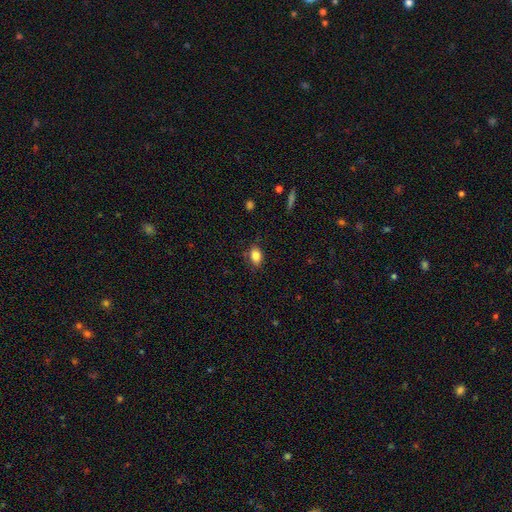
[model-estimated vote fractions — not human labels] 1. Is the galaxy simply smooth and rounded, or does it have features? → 84% smooth, 9% star or artifact, 7% featured or disk.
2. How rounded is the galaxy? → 83% in between, 15% round, 2% cigar-shaped.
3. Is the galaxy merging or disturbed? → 80% none, 15% minor disturbance, 3% major disturbance, 2% merger.